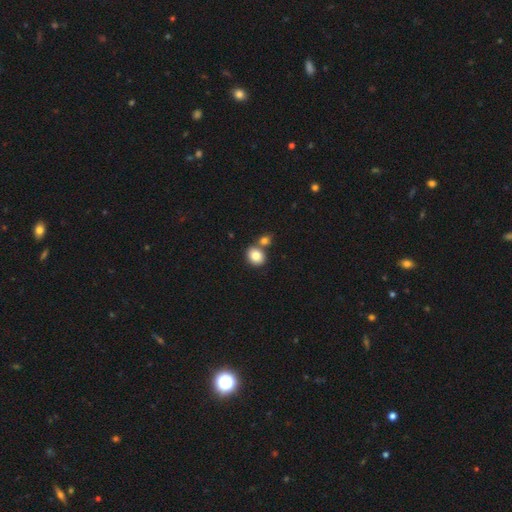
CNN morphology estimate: type=smooth (83%); roundness=round (58%); merging=none (61%).